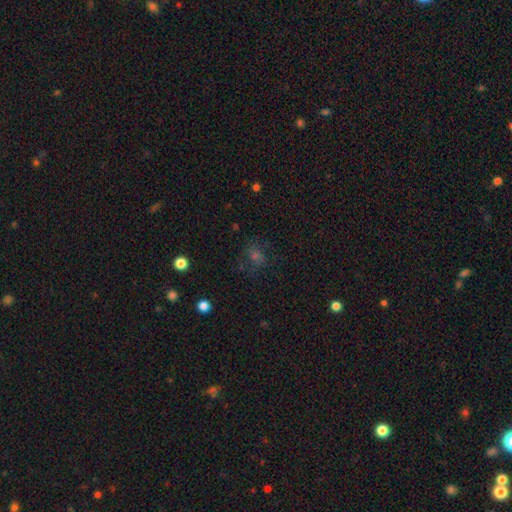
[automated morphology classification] The model was most divided on "smooth or featured": smooth: 40%, star or artifact: 35%, featured or disk: 26%. More confident: merging — none (69%).